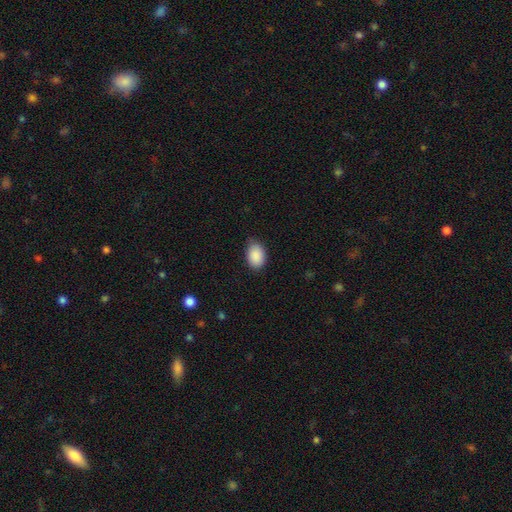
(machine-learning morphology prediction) A smooth galaxy with no disk features (90%) that is in between round and cigar-shaped (87%). Merging: none (74%).